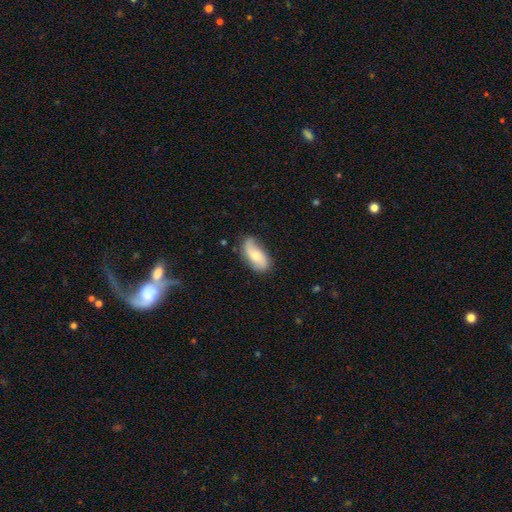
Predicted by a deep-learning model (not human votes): Q: Smooth or featured?
A: smooth (50%); runner-up: featured or disk (43%)
Q: How rounded?
A: in between (87%); runner-up: cigar-shaped (9%)
Q: Merging?
A: none (68%); runner-up: minor disturbance (24%)